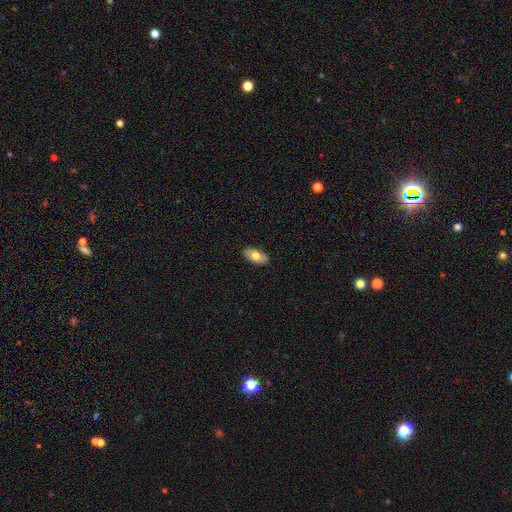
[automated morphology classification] Smooth or featured?
  - smooth: 76% *
  - featured or disk: 18%
  - star or artifact: 6%
How rounded?
  - in between: 91% *
  - cigar-shaped: 6%
  - round: 3%
Merging?
  - none: 89% *
  - minor disturbance: 8%
  - major disturbance: 2%
  - merger: 1%